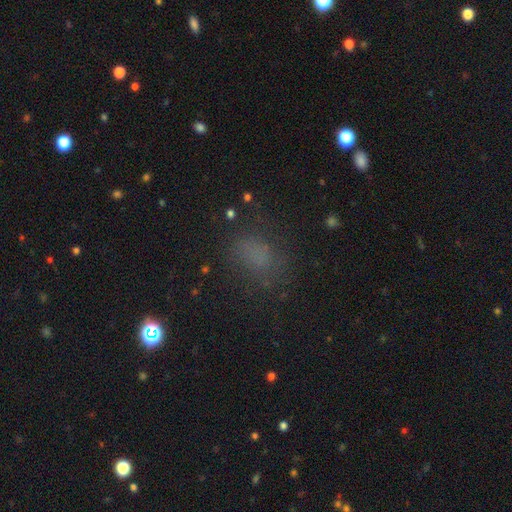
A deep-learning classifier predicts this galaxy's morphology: Smooth or featured?
  - smooth: 65% *
  - star or artifact: 24%
  - featured or disk: 11%
How rounded?
  - in between: 68% *
  - round: 30%
  - cigar-shaped: 3%
Merging?
  - none: 70% *
  - minor disturbance: 17%
  - major disturbance: 11%
  - merger: 2%